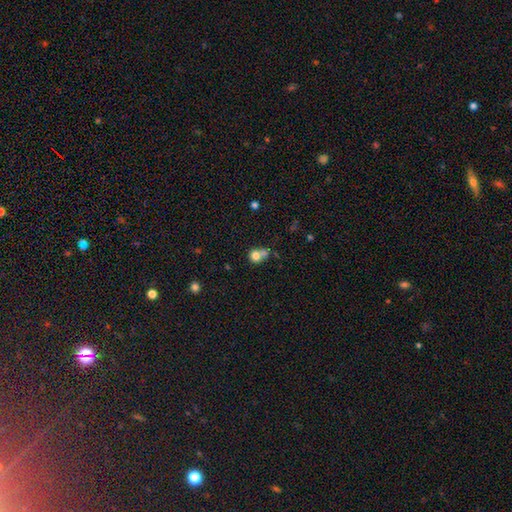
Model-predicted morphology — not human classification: Smooth or featured?
  - smooth: 77% *
  - featured or disk: 12%
  - star or artifact: 12%
How rounded?
  - round: 78% *
  - in between: 21%
  - cigar-shaped: 1%
Merging?
  - merger: 49% *
  - none: 36%
  - minor disturbance: 10%
  - major disturbance: 5%